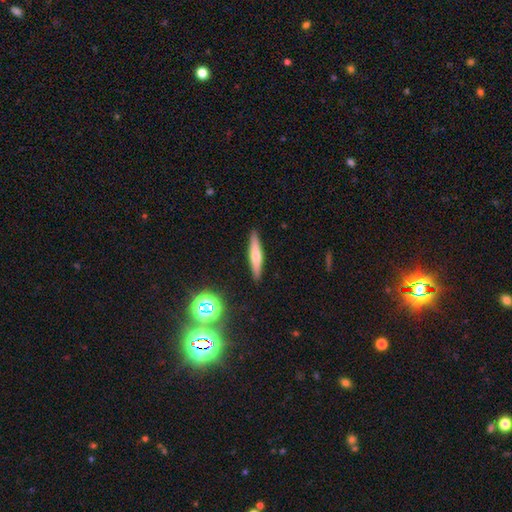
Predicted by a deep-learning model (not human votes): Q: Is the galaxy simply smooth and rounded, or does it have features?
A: smooth — 57%.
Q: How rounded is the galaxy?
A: cigar-shaped — 89%.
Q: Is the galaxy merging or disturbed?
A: none — 90%.